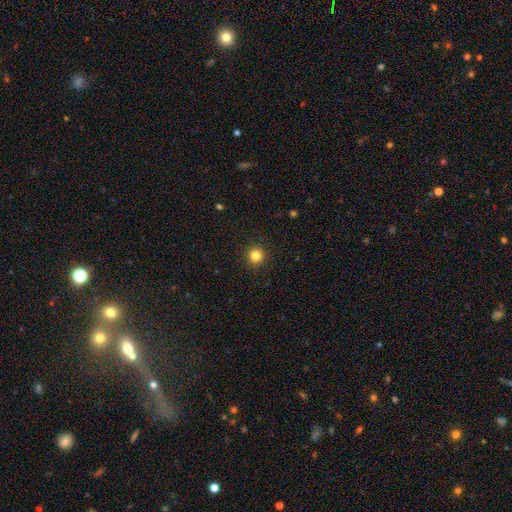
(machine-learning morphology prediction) type=smooth (82%); roundness=round (94%); merging=none (92%).